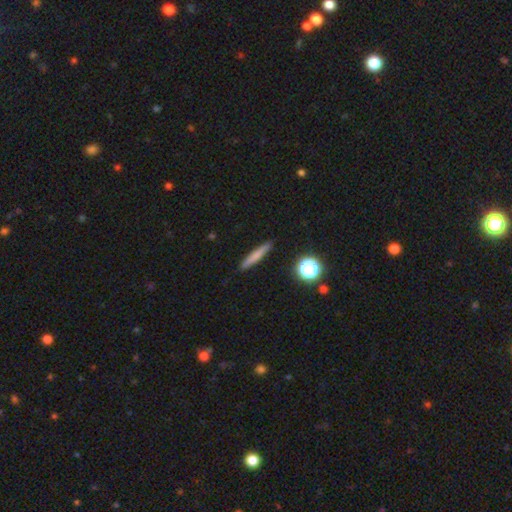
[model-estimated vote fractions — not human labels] This appears to be a smooth galaxy with no disk features (68%) that is cigar-shaped (92%). Merging: none (90%).